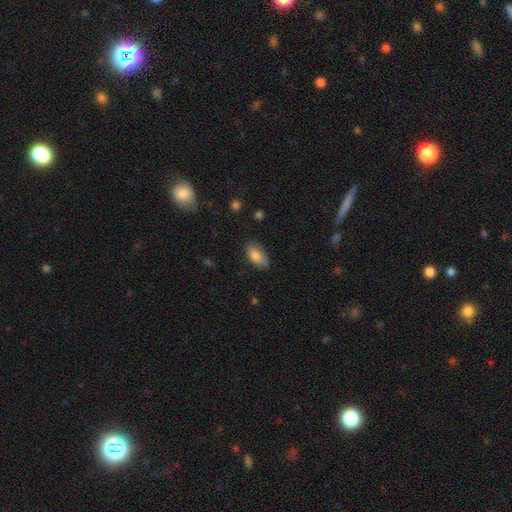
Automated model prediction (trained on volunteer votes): Q: Smooth or featured?
A: smooth (84%); runner-up: featured or disk (9%)
Q: How rounded?
A: in between (92%); runner-up: round (4%)
Q: Merging?
A: none (76%); runner-up: minor disturbance (19%)